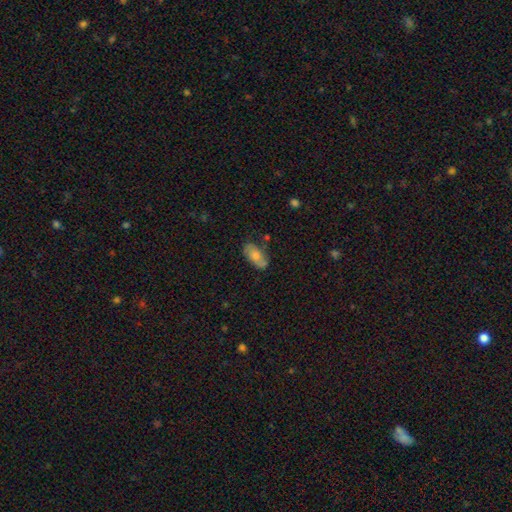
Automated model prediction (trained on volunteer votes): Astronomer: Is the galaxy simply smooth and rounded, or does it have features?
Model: smooth — 64%.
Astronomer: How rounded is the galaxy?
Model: in between — 90%.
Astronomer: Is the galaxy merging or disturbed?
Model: none — 69%.